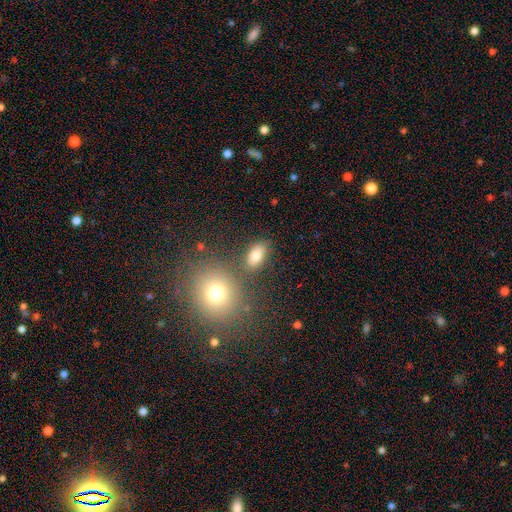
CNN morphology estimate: Smooth or featured?
  - smooth: 77% *
  - star or artifact: 12%
  - featured or disk: 11%
How rounded?
  - in between: 85% *
  - round: 11%
  - cigar-shaped: 4%
Merging?
  - none: 74% *
  - minor disturbance: 12%
  - merger: 10%
  - major disturbance: 4%